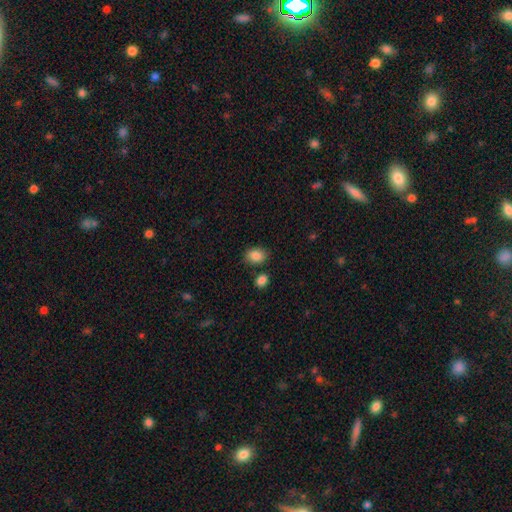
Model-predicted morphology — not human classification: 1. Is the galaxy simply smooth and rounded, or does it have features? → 86% smooth, 9% star or artifact, 5% featured or disk.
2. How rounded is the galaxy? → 61% in between, 38% round, 1% cigar-shaped.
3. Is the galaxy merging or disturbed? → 77% none, 13% minor disturbance, 7% merger, 3% major disturbance.